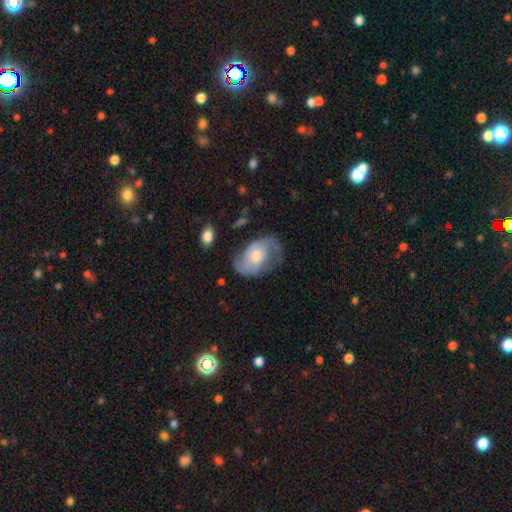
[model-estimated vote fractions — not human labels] Smooth or featured: featured or disk — 74% (smooth — 21%)
Edge-on disk: no — 97% (yes — 3%)
Bar: no — 69% (weak — 27%)
Spiral arms: yes — 90% (no — 10%)
Spiral winding: medium — 43% (tight — 32%)
Spiral arm count: 2 — 74% (can't tell — 13%)
Bulge size: moderate — 54% (small — 34%)
Merging: none — 59% (minor disturbance — 24%)